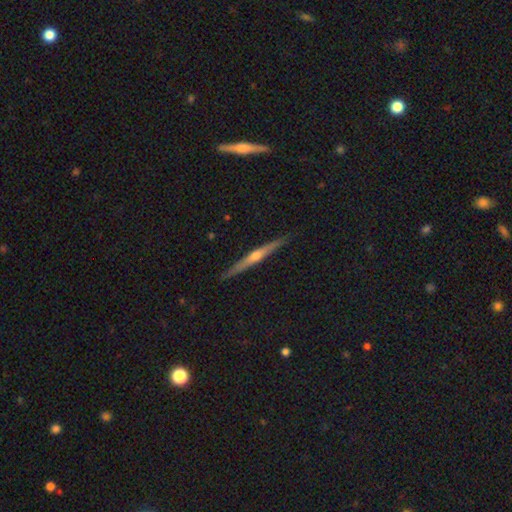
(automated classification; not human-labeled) Overall: featured or disk (74%). Edge-on disk: yes (98%). Edge-on bulge: rounded (83%). Merging: none (90%).